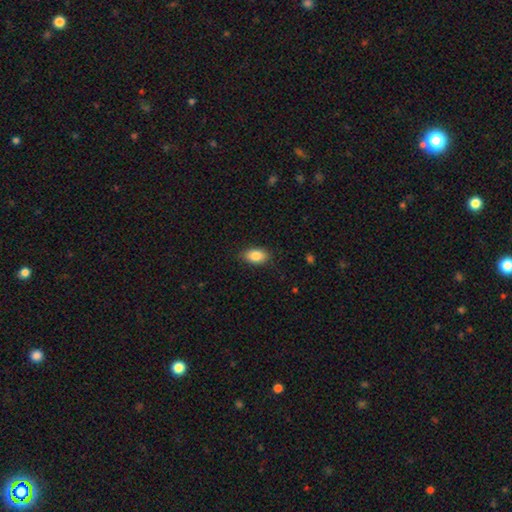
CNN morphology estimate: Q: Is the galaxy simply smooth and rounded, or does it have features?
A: smooth — 86%.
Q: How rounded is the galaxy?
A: in between — 90%.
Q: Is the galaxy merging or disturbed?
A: none — 86%.